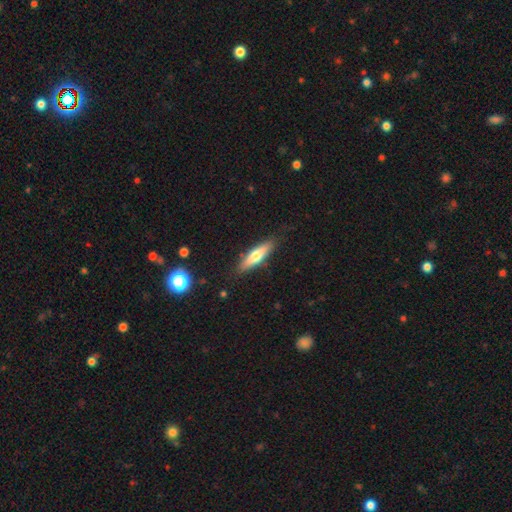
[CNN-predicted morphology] Smooth or featured? smooth (60%)
How rounded? cigar-shaped (70%)
Merging? none (86%)